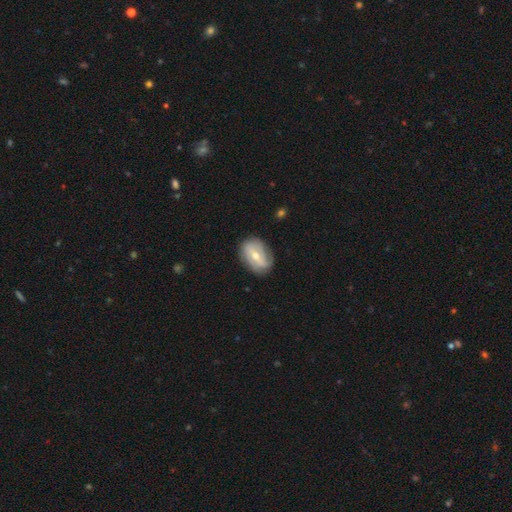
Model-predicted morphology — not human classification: Q: Smooth or featured?
A: featured or disk (57%); runner-up: smooth (36%)
Q: Edge-on disk?
A: no (94%); runner-up: yes (6%)
Q: Bar?
A: weak (41%); runner-up: no (38%)
Q: Spiral arms?
A: yes (72%); runner-up: no (28%)
Q: Bulge size?
A: moderate (55%); runner-up: small (41%)
Q: Merging?
A: none (73%); runner-up: minor disturbance (20%)